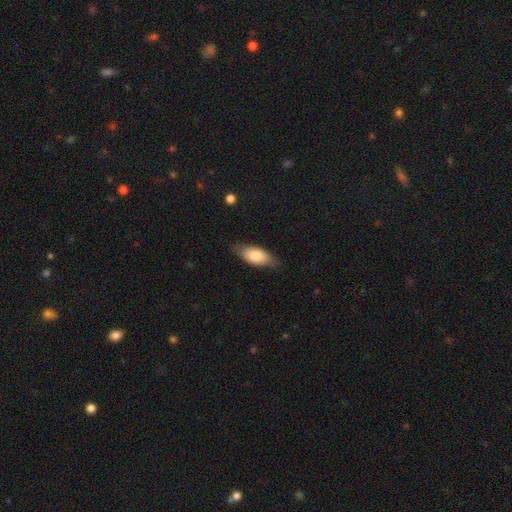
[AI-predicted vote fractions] smooth 78%, featured or disk 16%, star or artifact 6%. Down the decision tree: how rounded — in between (83%); merging — none (78%).